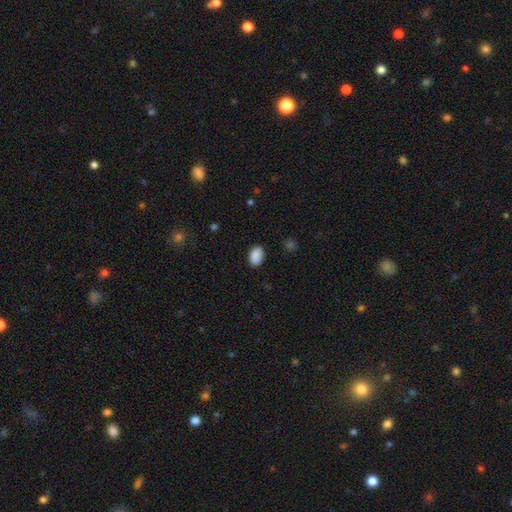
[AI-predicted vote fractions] smooth-or-featured: smooth: 90% | star or artifact: 7% | featured or disk: 3%
  how-rounded: in between: 90% | round: 9% | cigar-shaped: 1%
  merging: none: 87% | minor disturbance: 9% | major disturbance: 2% | merger: 1%